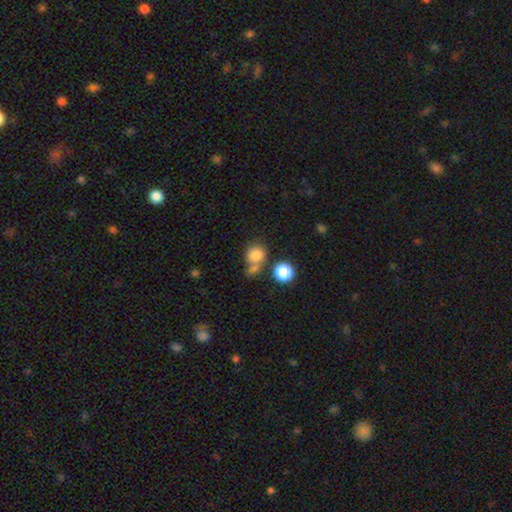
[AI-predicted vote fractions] Smooth or featured? smooth (82%)
How rounded? round (76%)
Merging? none (45%)